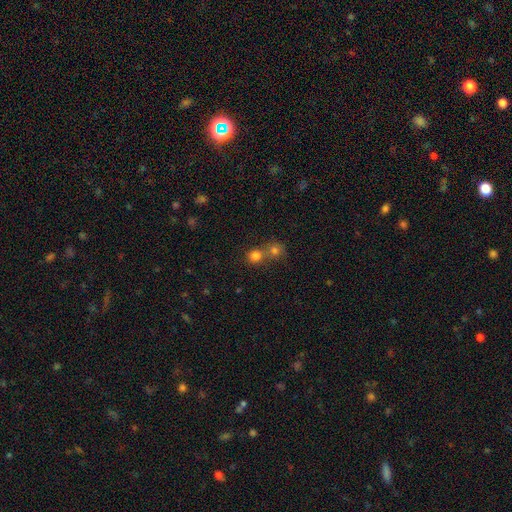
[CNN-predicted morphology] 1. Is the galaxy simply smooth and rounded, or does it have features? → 78% smooth, 15% star or artifact, 8% featured or disk.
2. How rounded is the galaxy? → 86% round, 13% in between, 1% cigar-shaped.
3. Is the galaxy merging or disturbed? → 47% none, 44% merger, 6% minor disturbance, 3% major disturbance.